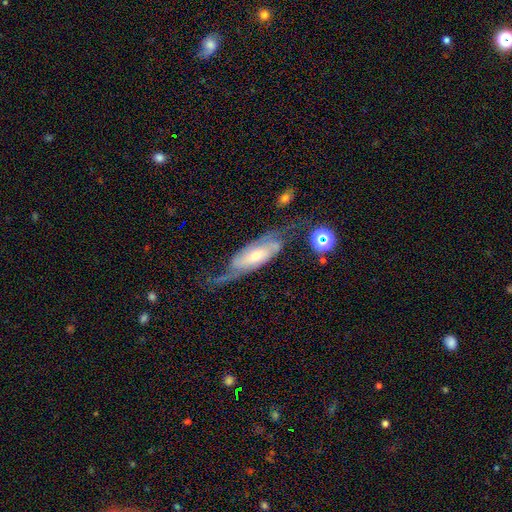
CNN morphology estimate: Q: Smooth or featured?
A: featured or disk (79%); runner-up: smooth (14%)
Q: Edge-on disk?
A: no (87%); runner-up: yes (13%)
Q: Bar?
A: no (53%); runner-up: weak (31%)
Q: Spiral arms?
A: yes (93%); runner-up: no (7%)
Q: Spiral winding?
A: medium (41%); runner-up: loose (36%)
Q: Spiral arm count?
A: 2 (83%); runner-up: can't tell (9%)
Q: Bulge size?
A: small (48%); runner-up: moderate (44%)
Q: Merging?
A: none (56%); runner-up: minor disturbance (21%)